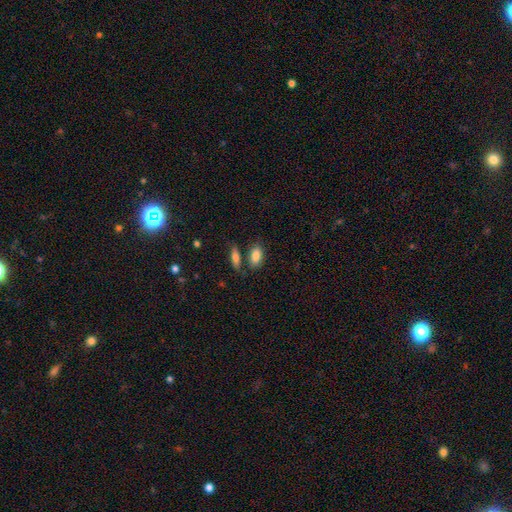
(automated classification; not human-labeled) Smooth or featured: smooth — 84% (featured or disk — 9%)
How rounded: in between — 89% (cigar-shaped — 7%)
Merging: none — 67% (merger — 17%)